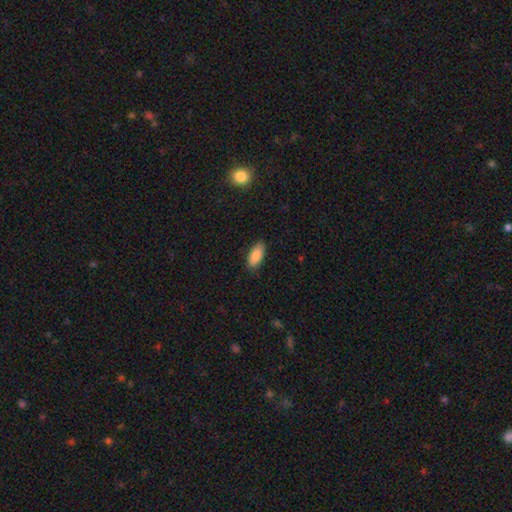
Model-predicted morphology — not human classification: Smooth or featured?
  - smooth: 87% *
  - featured or disk: 7%
  - star or artifact: 7%
How rounded?
  - in between: 85% *
  - cigar-shaped: 13%
  - round: 2%
Merging?
  - none: 85% *
  - minor disturbance: 12%
  - major disturbance: 2%
  - merger: 1%